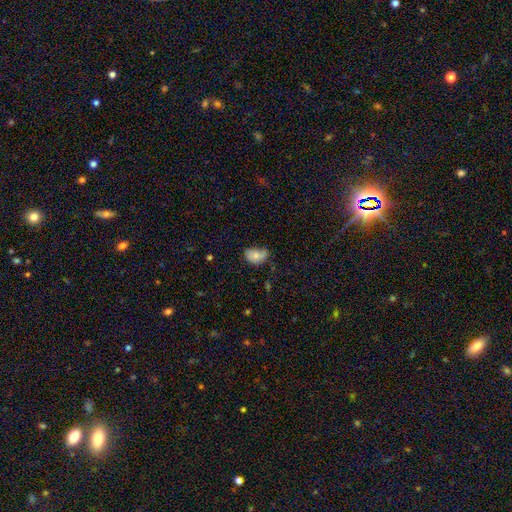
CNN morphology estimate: smooth_or_featured: smooth (p=0.72) [alt: featured or disk p=0.19]
how_rounded: in between (p=0.80) [alt: round p=0.19]
merging: minor disturbance (p=0.44) [alt: none p=0.38]